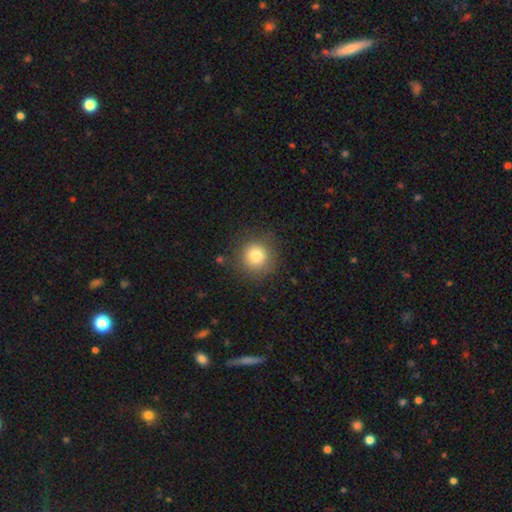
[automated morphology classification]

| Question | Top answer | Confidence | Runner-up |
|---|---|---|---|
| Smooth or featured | smooth | 80% | star or artifact (11%) |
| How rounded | round | 93% | in between (6%) |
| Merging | none | 84% | minor disturbance (10%) |